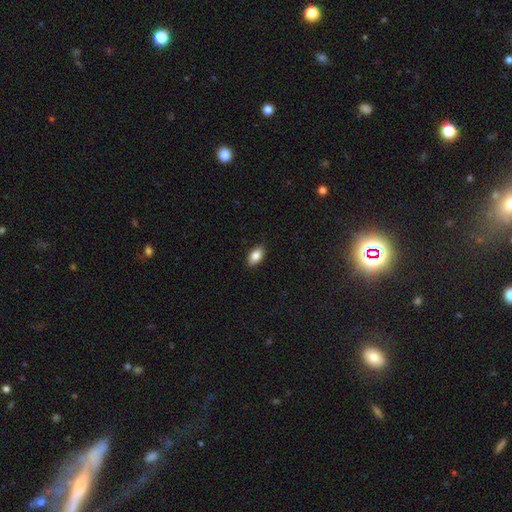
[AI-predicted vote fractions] Smooth or featured: smooth — 85% (featured or disk — 8%)
How rounded: in between — 91% (round — 5%)
Merging: none — 88% (minor disturbance — 9%)